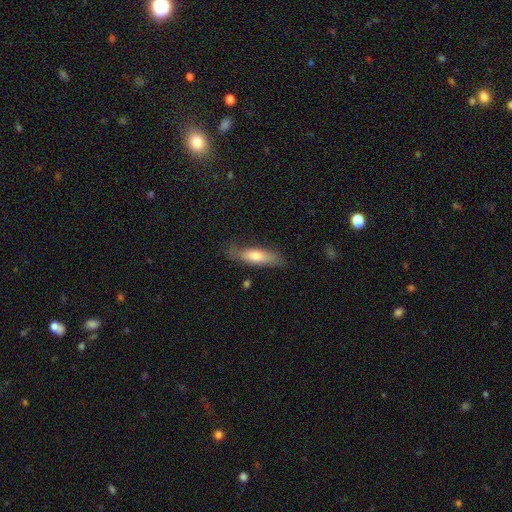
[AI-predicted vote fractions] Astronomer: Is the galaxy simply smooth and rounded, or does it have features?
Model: smooth — 65%.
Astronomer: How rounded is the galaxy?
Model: cigar-shaped — 59% (runner-up: in between, 39%).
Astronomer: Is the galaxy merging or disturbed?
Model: none — 71%.